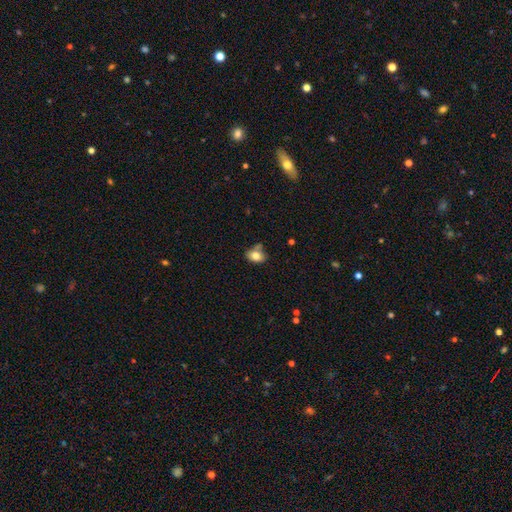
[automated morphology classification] This is likely a smooth galaxy (79%). How rounded: likely in between (75%). Merging: possibly none (54%).